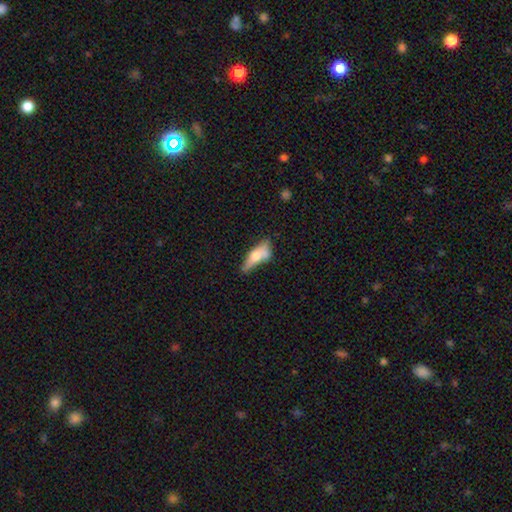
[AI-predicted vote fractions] Smooth or featured: smooth — 57% (featured or disk — 35%)
How rounded: in between — 59% (cigar-shaped — 36%)
Merging: none — 34% (minor disturbance — 27%)